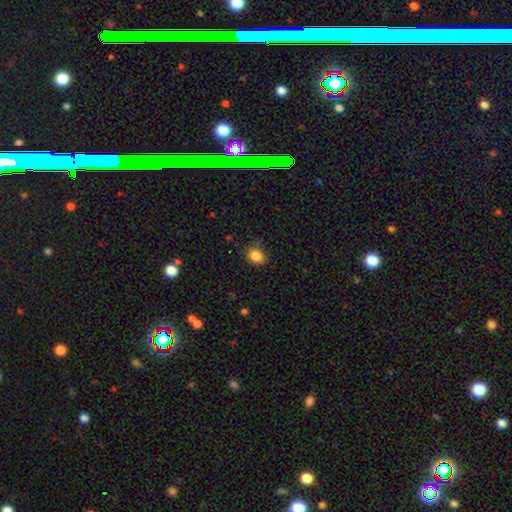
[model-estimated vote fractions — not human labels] smooth-or-featured: smooth: 84% | star or artifact: 10% | featured or disk: 5%
  how-rounded: round: 51% | in between: 48% | cigar-shaped: 1%
  merging: none: 80% | minor disturbance: 15% | major disturbance: 3% | merger: 1%